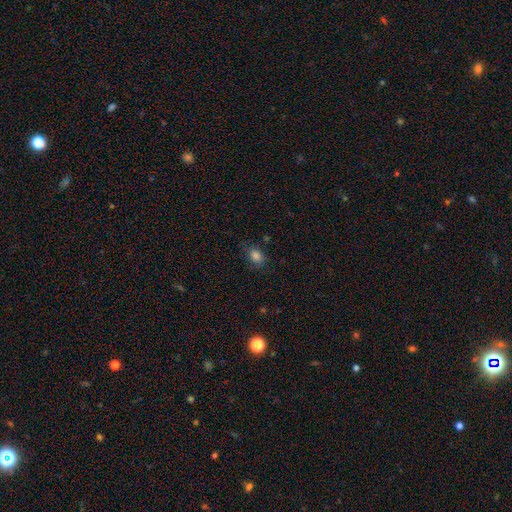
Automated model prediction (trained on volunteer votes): Smooth or featured? smooth (82%)
How rounded? in between (68%)
Merging? none (74%)